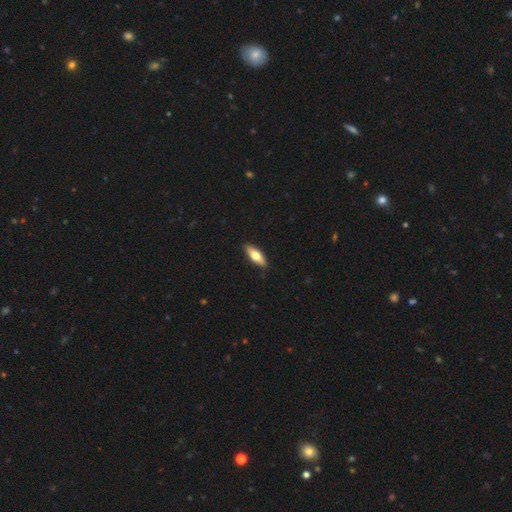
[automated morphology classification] smooth-or-featured: smooth: 58% | featured or disk: 37% | star or artifact: 5%
  how-rounded: in between: 55% | cigar-shaped: 43% | round: 3%
  merging: none: 89% | minor disturbance: 8% | major disturbance: 2% | merger: 1%